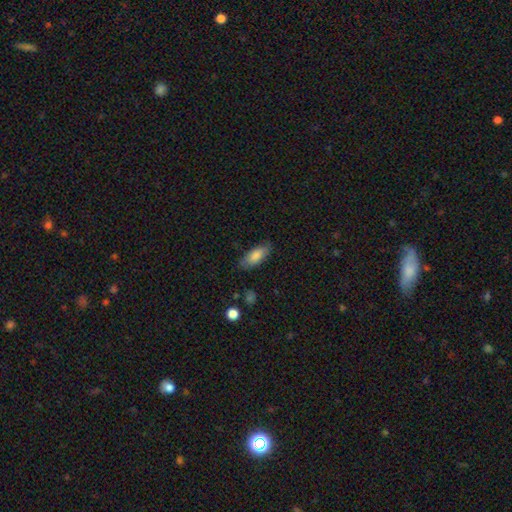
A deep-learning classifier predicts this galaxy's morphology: The model was most divided on "how rounded": in between: 80%, cigar-shaped: 18%, round: 2%. More confident: smooth or featured — smooth (83%); merging — none (80%).